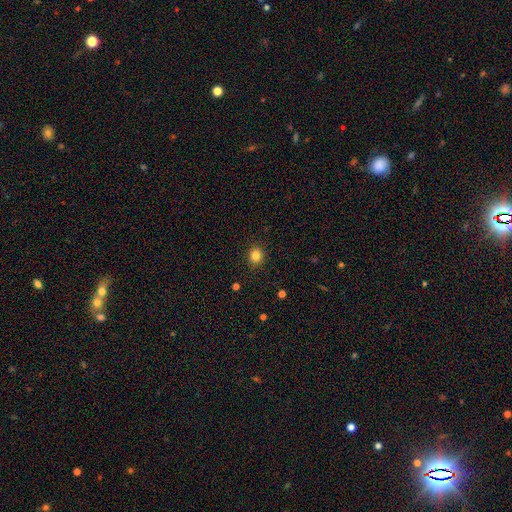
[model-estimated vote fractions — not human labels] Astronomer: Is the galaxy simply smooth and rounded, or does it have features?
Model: smooth — 82%.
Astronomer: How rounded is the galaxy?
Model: round — 76%.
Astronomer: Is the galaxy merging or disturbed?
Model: none — 90%.